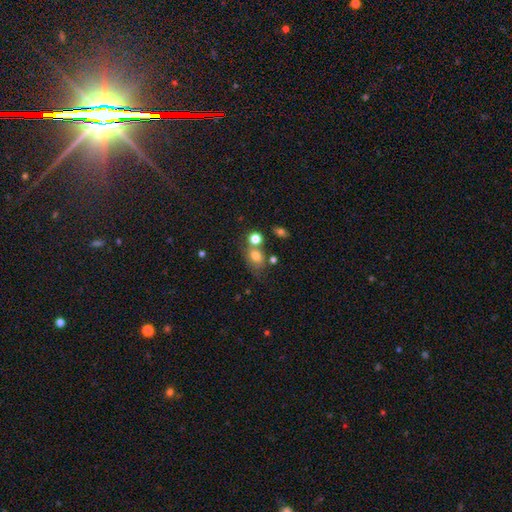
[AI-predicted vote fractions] smooth-or-featured: smooth: 74% | featured or disk: 14% | star or artifact: 13%
  how-rounded: in between: 59% | round: 40% | cigar-shaped: 1%
  merging: none: 46% | merger: 28% | minor disturbance: 17% | major disturbance: 8%